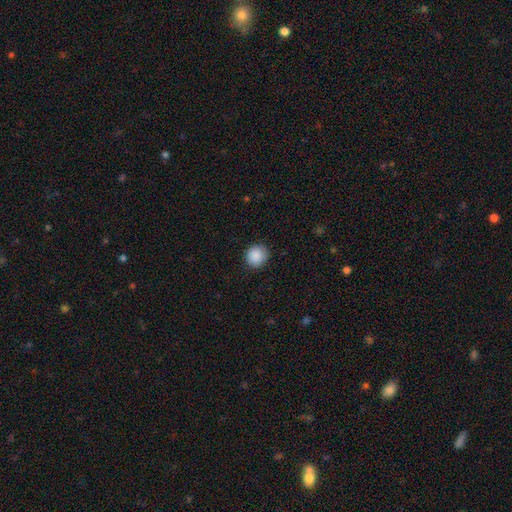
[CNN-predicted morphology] Smooth or featured?
  - smooth: 89% *
  - star or artifact: 8%
  - featured or disk: 3%
How rounded?
  - round: 90% *
  - in between: 9%
  - cigar-shaped: 1%
Merging?
  - none: 88% *
  - minor disturbance: 9%
  - major disturbance: 2%
  - merger: 1%